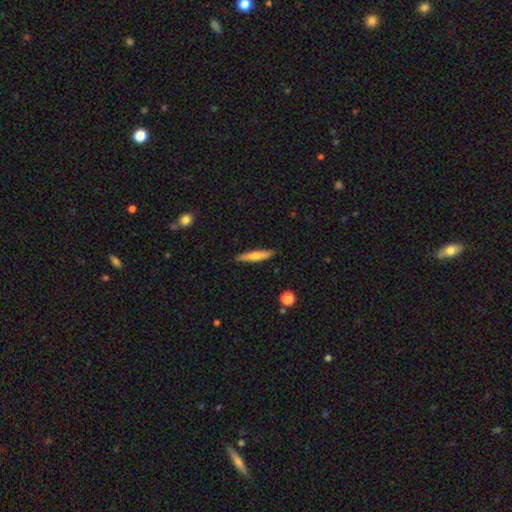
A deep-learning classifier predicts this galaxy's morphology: The model was most divided on "smooth or featured": smooth: 59%, featured or disk: 35%, star or artifact: 6%. More confident: merging — none (87%); how rounded — cigar-shaped (87%).